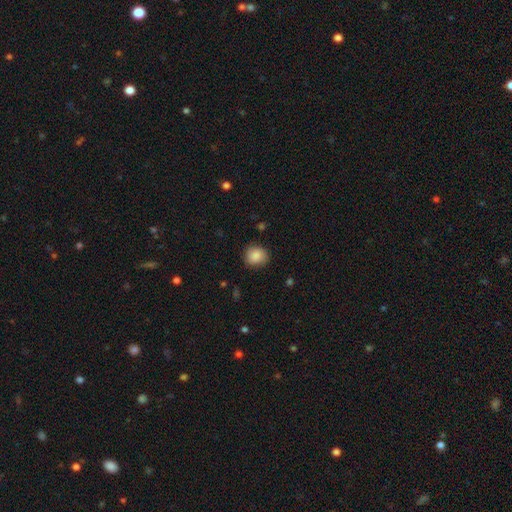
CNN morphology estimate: type=smooth (86%); roundness=round (82%); merging=none (82%).